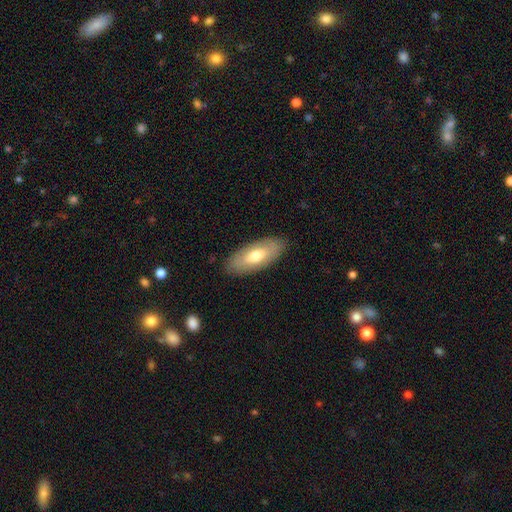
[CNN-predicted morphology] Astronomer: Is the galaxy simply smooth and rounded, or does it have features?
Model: smooth — 65%.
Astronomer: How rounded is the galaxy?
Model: in between — 83%.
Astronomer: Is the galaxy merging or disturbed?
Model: none — 86%.